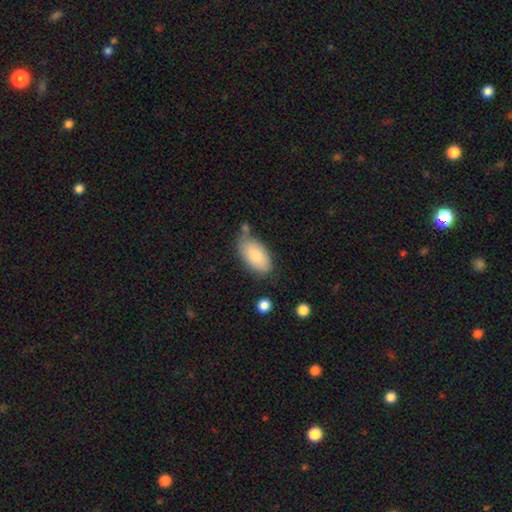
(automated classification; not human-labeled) A smooth galaxy with no disk features (83%) that is in between round and cigar-shaped (95%).

Vote fractions:
- Smooth or featured? smooth: 83% / featured or disk: 11% / star or artifact: 6%
- How rounded? in between: 95% / round: 3% / cigar-shaped: 3%
- Merging? none: 62% / minor disturbance: 23% / merger: 9% / major disturbance: 6%